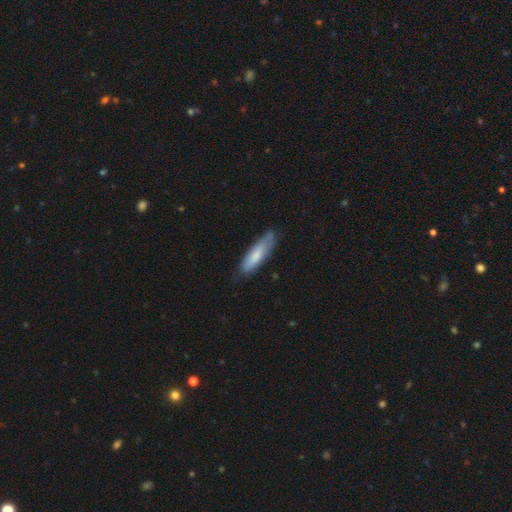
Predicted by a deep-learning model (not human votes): This appears to be a smooth galaxy with no disk features (74%) that is cigar-shaped (63%). Merging: none (66%).